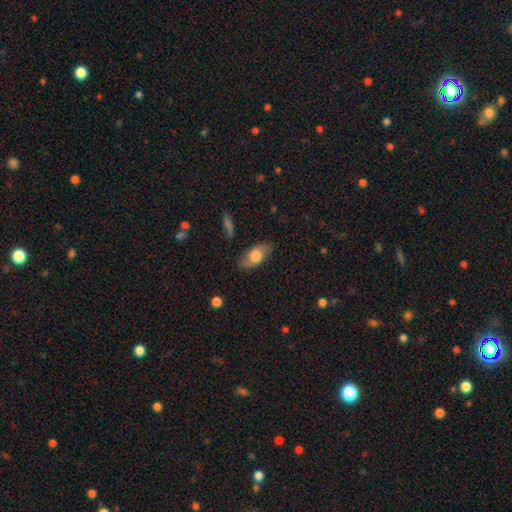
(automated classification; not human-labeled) This is likely a smooth galaxy (67%). How rounded: clearly in between (90%). Merging: likely none (80%).